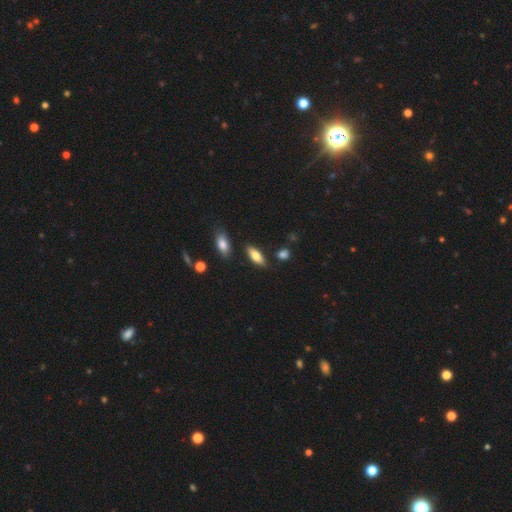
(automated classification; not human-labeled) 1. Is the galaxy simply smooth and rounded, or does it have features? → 77% smooth, 16% featured or disk, 7% star or artifact.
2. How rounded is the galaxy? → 73% in between, 24% cigar-shaped, 3% round.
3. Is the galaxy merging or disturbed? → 82% none, 12% minor disturbance, 4% merger, 3% major disturbance.